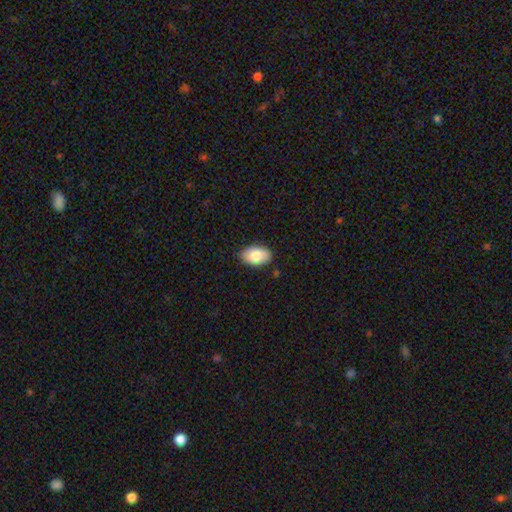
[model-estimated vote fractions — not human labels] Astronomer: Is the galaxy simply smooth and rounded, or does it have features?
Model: smooth — 83%.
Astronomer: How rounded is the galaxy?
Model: in between — 92%.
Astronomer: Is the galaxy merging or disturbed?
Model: none — 84%.